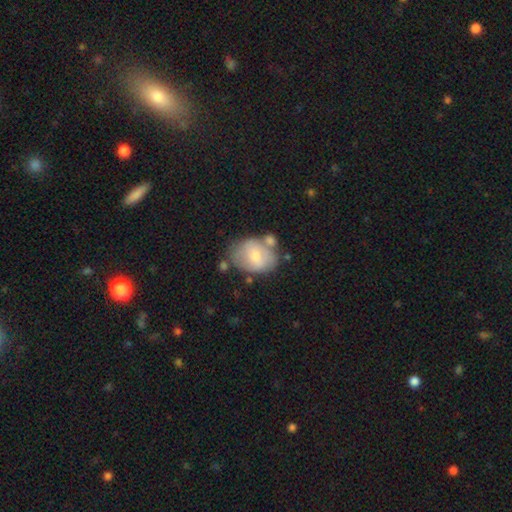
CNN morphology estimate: Smooth or featured? smooth (62%)
How rounded? in between (62%)
Merging? none (48%)